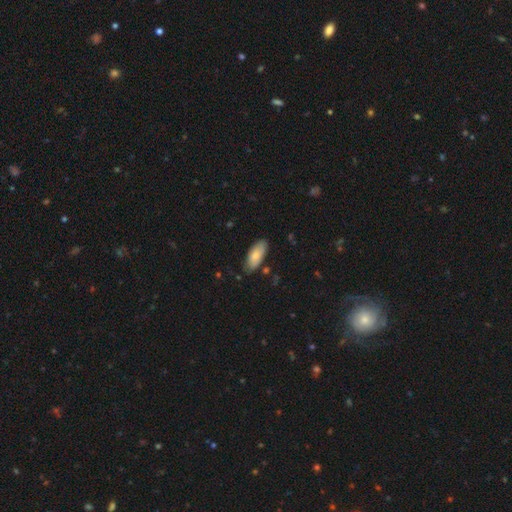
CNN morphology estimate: Smooth or featured? Predicted: smooth (p=0.80). How rounded? Predicted: in between (p=0.86). Merging? Predicted: none (p=0.78).